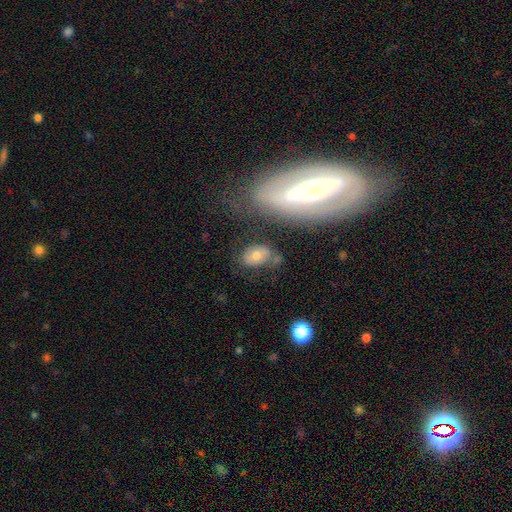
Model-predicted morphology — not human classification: Smooth or featured: featured or disk — 45% (smooth — 44%)
Merging: none — 65% (minor disturbance — 19%)